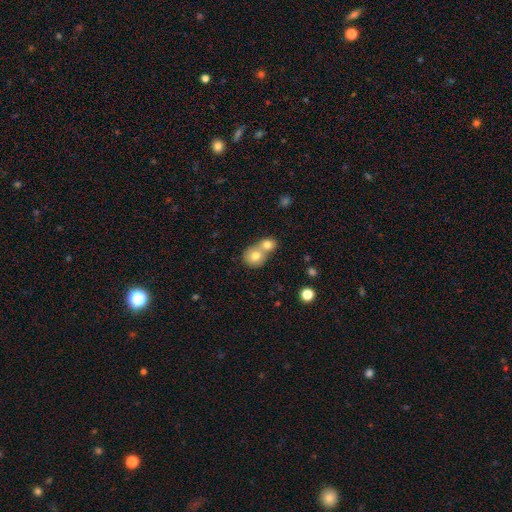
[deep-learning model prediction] The model was most divided on "merging": merger: 68%, none: 25%, minor disturbance: 5%, major disturbance: 2%. More confident: how rounded — round (78%); smooth or featured — smooth (76%).